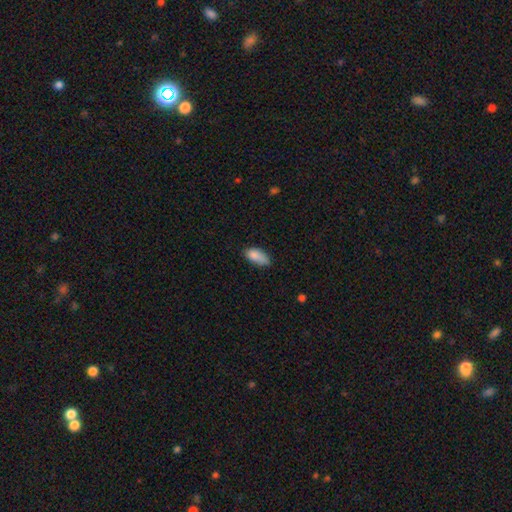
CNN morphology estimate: smooth-or-featured: smooth: 85% | star or artifact: 8% | featured or disk: 7%
  how-rounded: in between: 88% | cigar-shaped: 9% | round: 3%
  merging: none: 58% | minor disturbance: 32% | major disturbance: 7% | merger: 3%